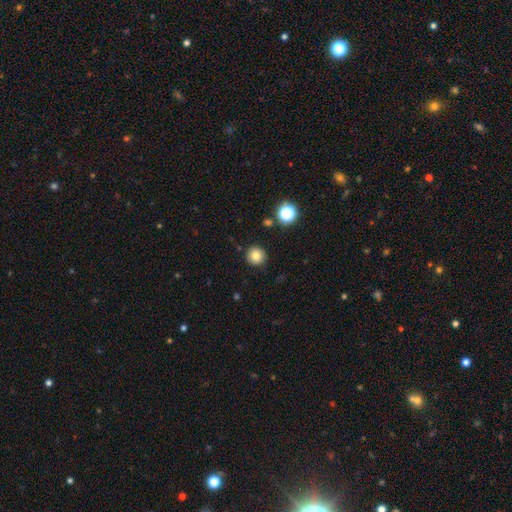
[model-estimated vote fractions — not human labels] Morphology: type=smooth (81%); roundness=round (94%); merging=none (89%).